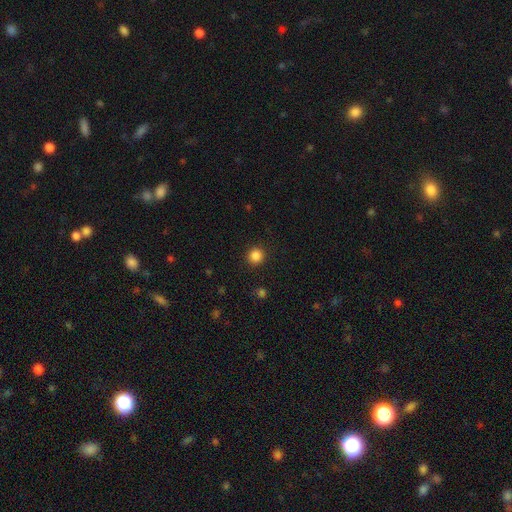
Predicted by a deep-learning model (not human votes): smooth 85%, star or artifact 12%, featured or disk 3%. Down the decision tree: how rounded — round (93%); merging — none (92%).